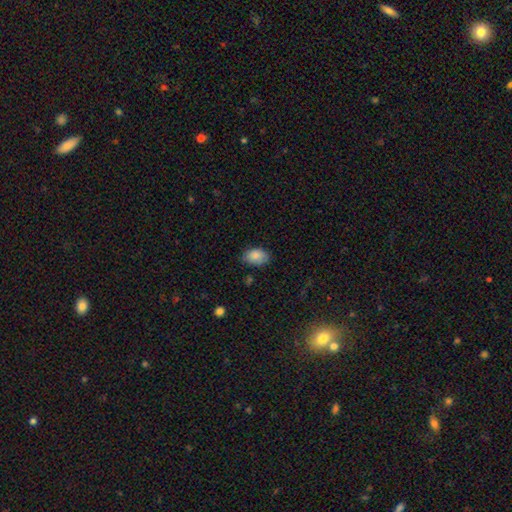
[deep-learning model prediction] A smooth galaxy with no disk features (86%) that is in between round and cigar-shaped (87%). Merging: none (77%).